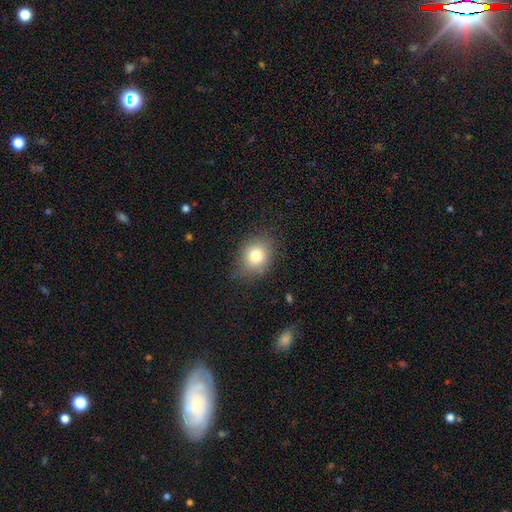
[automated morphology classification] smooth_or_featured: smooth (p=0.78) [alt: star or artifact p=0.11]
how_rounded: round (p=0.63) [alt: in between p=0.36]
merging: none (p=0.75) [alt: minor disturbance p=0.18]